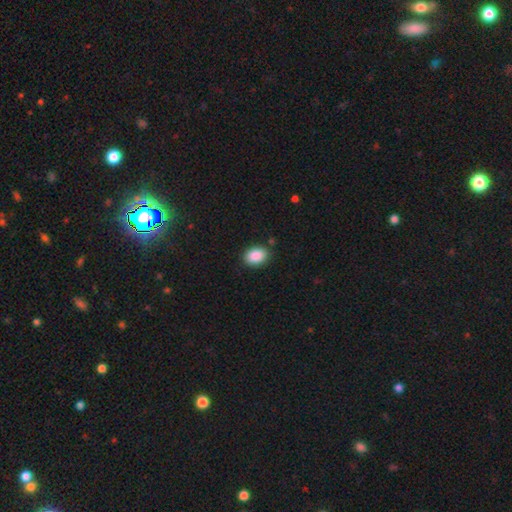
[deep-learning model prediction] smooth-or-featured: smooth: 89% | star or artifact: 7% | featured or disk: 3%
  how-rounded: in between: 76% | round: 23% | cigar-shaped: 1%
  merging: none: 86% | minor disturbance: 10% | major disturbance: 2% | merger: 2%